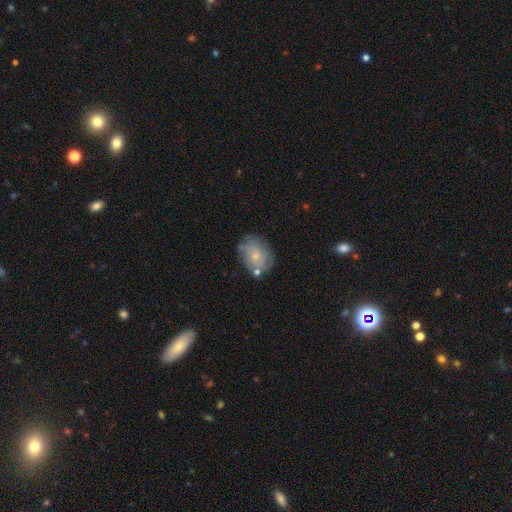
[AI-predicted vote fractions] A smooth galaxy with no disk features (48%). Merging: none (64%).